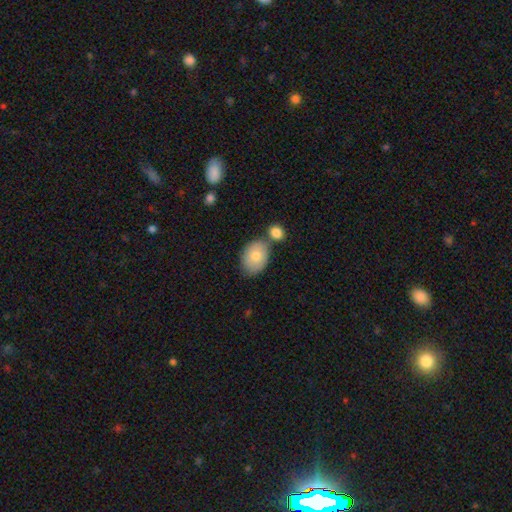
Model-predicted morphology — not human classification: A smooth galaxy with no disk features (79%) that is in between round and cigar-shaped (76%). Merging: none (58%).